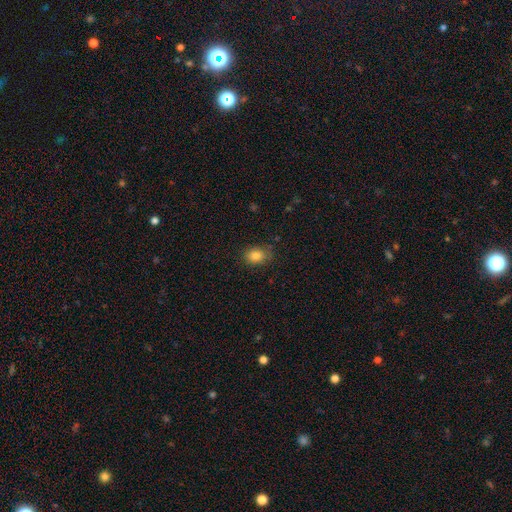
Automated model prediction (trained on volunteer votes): Morphology: type=smooth (85%); roundness=in between (67%); merging=none (77%).